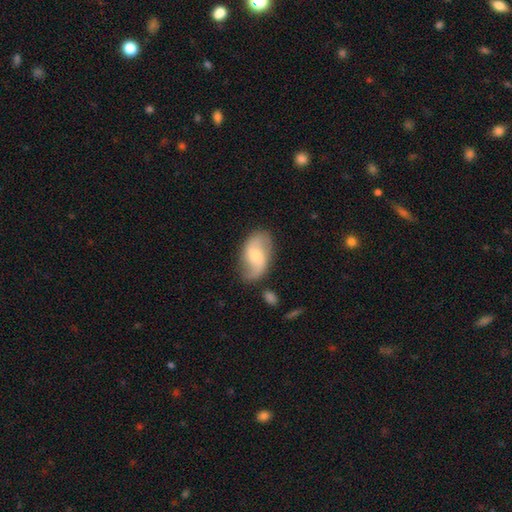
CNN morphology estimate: Smooth or featured: featured or disk — 68% (smooth — 26%)
Edge-on disk: no — 96% (yes — 4%)
Bar: weak — 47% (no — 41%)
Spiral arms: yes — 91% (no — 9%)
Spiral winding: loose — 65% (medium — 27%)
Spiral arm count: 2 — 89% (can't tell — 5%)
Bulge size: moderate — 47% (small — 42%)
Merging: none — 75% (minor disturbance — 17%)